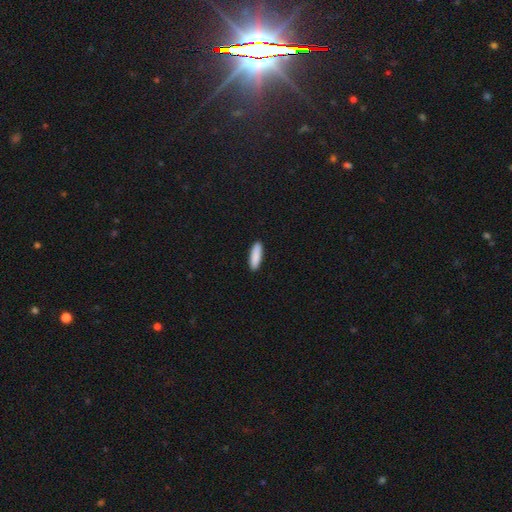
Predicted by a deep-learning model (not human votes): Q: Smooth or featured?
A: smooth (90%); runner-up: star or artifact (6%)
Q: How rounded?
A: cigar-shaped (61%); runner-up: in between (38%)
Q: Merging?
A: none (91%); runner-up: minor disturbance (6%)